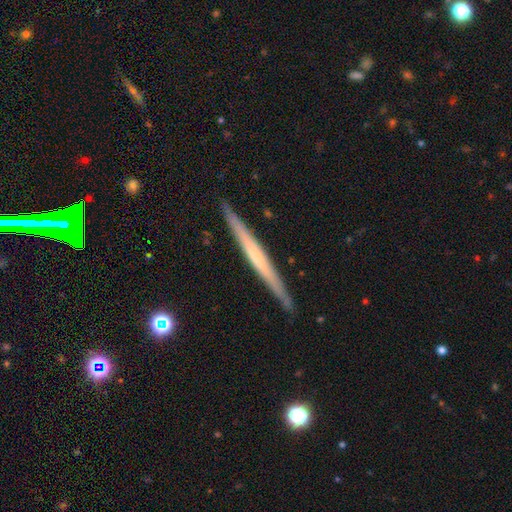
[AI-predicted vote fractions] A featured or disk galaxy (59%) viewed edge-on (97%) with no central bulge (72%).

Vote fractions:
- Smooth or featured? featured or disk: 59% / smooth: 35% / star or artifact: 6%
- Edge-on disk? yes: 97% / no: 3%
- Edge-on bulge? none: 72% / rounded: 20% / boxy: 8%
- Merging? none: 90% / minor disturbance: 7% / major disturbance: 1% / merger: 1%